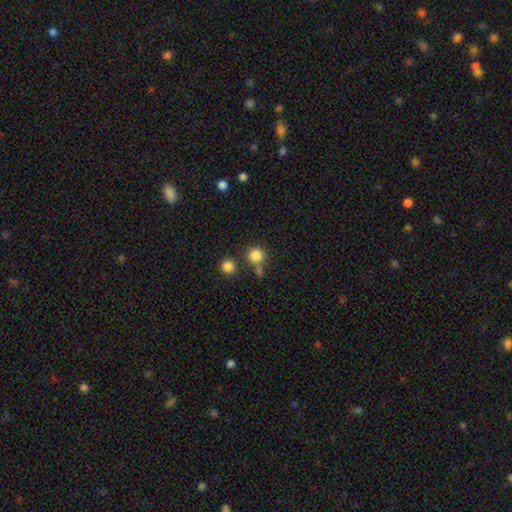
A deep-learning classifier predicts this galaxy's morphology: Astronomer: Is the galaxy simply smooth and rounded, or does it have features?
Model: smooth — 82%.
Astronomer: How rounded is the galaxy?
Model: round — 93%.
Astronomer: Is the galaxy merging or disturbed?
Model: none — 66%.